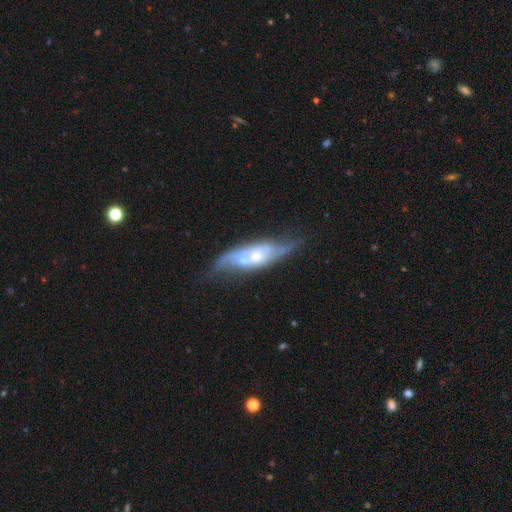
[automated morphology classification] type=featured or disk (73%); edge-on=no (80%); bar=no (69%); spiral arms=yes (77%); bulge=moderate (52%); merging=none (43%).